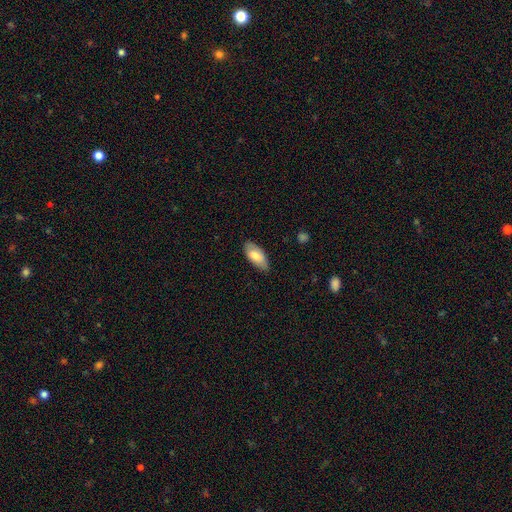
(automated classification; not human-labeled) This is likely a smooth galaxy (73%). How rounded: clearly in between (91%). Merging: likely none (80%).